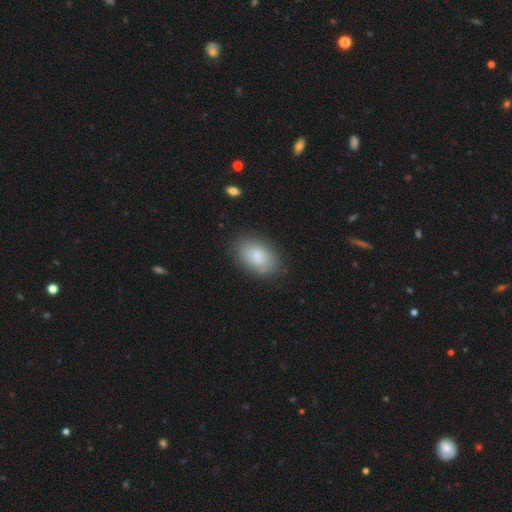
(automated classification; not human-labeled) Smooth or featured?
  - smooth: 80% *
  - featured or disk: 12%
  - star or artifact: 7%
How rounded?
  - in between: 88% *
  - round: 11%
  - cigar-shaped: 1%
Merging?
  - none: 82% *
  - minor disturbance: 13%
  - major disturbance: 3%
  - merger: 2%